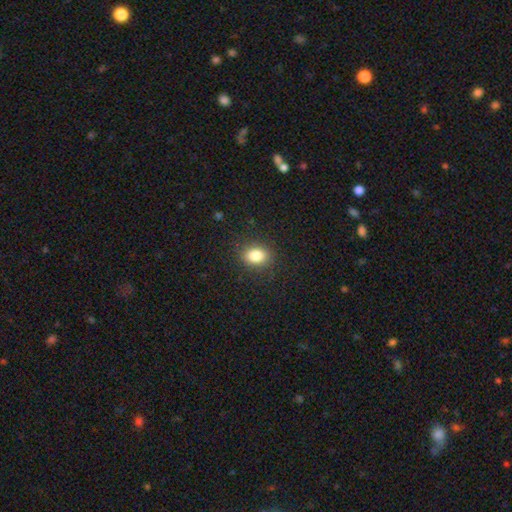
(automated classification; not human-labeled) A smooth galaxy with no disk features (83%) that is in between round and cigar-shaped (58%). Merging: none (87%).